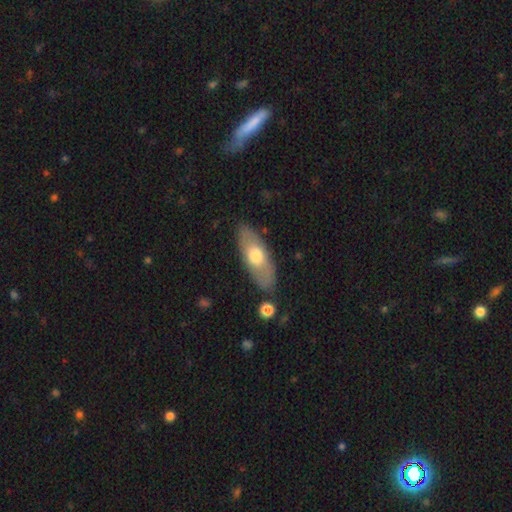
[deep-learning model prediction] Smooth or featured? Predicted: smooth (p=0.56). How rounded? Predicted: in between (p=0.75). Merging? Predicted: none (p=0.83).